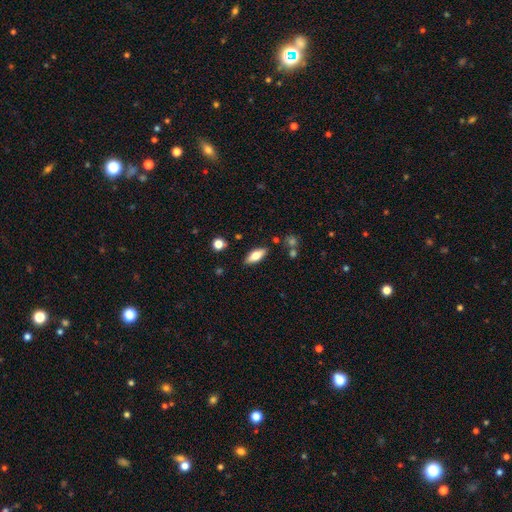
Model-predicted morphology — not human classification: Smooth or featured?
  - smooth: 65% *
  - featured or disk: 28%
  - star or artifact: 7%
How rounded?
  - in between: 73% *
  - cigar-shaped: 24%
  - round: 3%
Merging?
  - none: 85% *
  - minor disturbance: 10%
  - merger: 3%
  - major disturbance: 2%